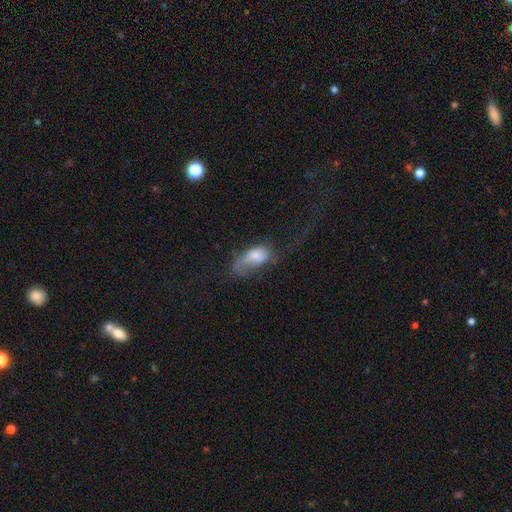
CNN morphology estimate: Smooth or featured? smooth (58%)
How rounded? in between (85%)
Merging? major disturbance (56%)